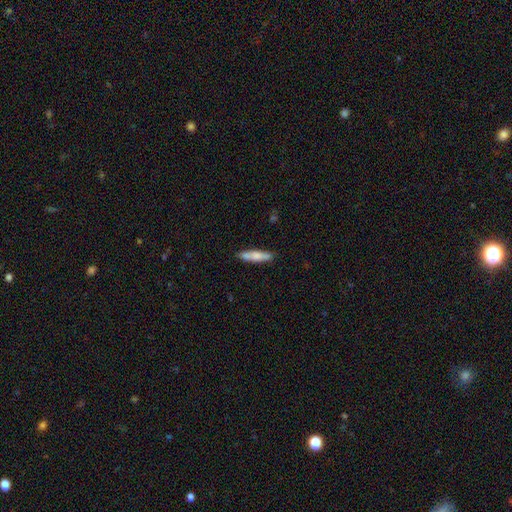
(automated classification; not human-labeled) Smooth or featured? Predicted: smooth (p=0.71). How rounded? Predicted: cigar-shaped (p=0.80). Merging? Predicted: none (p=0.80).